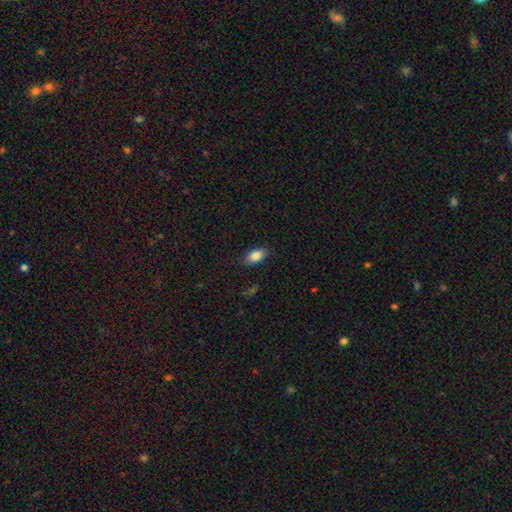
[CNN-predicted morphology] A smooth galaxy with no disk features (86%) that is in between round and cigar-shaped (91%).

Vote fractions:
- Smooth or featured? smooth: 86% / star or artifact: 8% / featured or disk: 6%
- How rounded? in between: 91% / round: 5% / cigar-shaped: 3%
- Merging? none: 85% / minor disturbance: 11% / major disturbance: 3% / merger: 1%